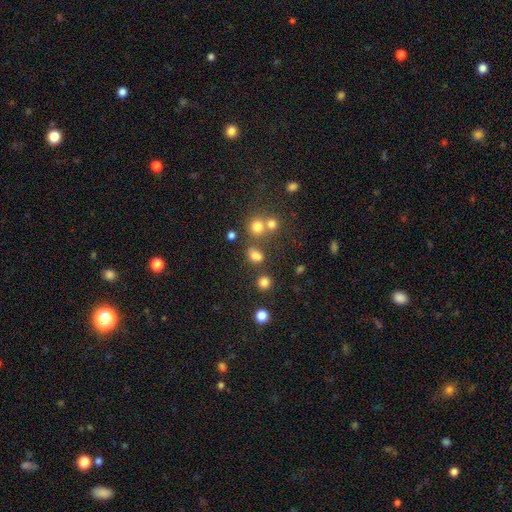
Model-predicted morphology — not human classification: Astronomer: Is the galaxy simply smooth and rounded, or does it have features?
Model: smooth — 76%.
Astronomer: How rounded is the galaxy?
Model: in between — 53% (runner-up: round, 45%).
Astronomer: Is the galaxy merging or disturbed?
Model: none — 64%.